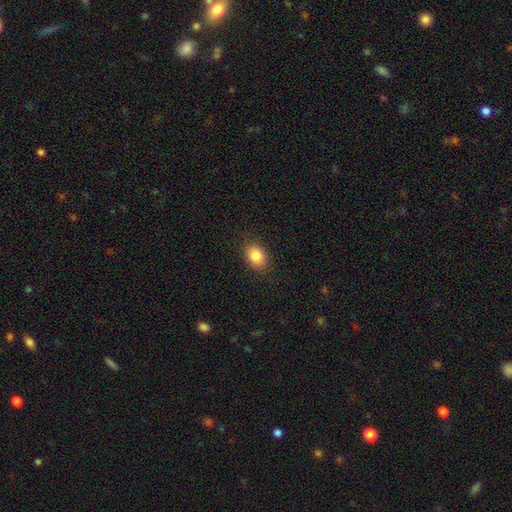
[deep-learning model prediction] This appears to be a smooth galaxy with no disk features (86%) that is in between round and cigar-shaped (75%). Merging: none (87%).